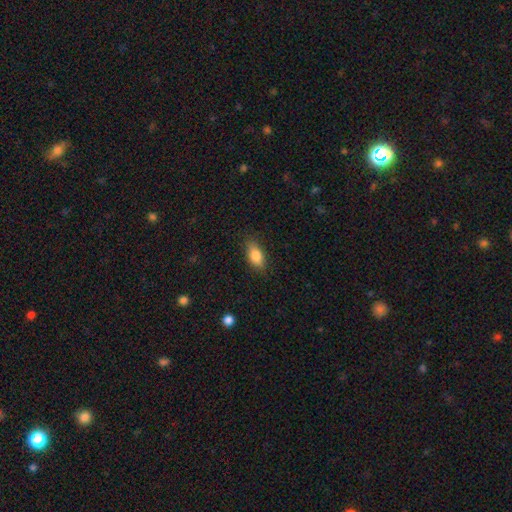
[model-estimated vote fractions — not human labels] A smooth galaxy with no disk features (84%) that is in between round and cigar-shaped (86%). Merging: none (82%).